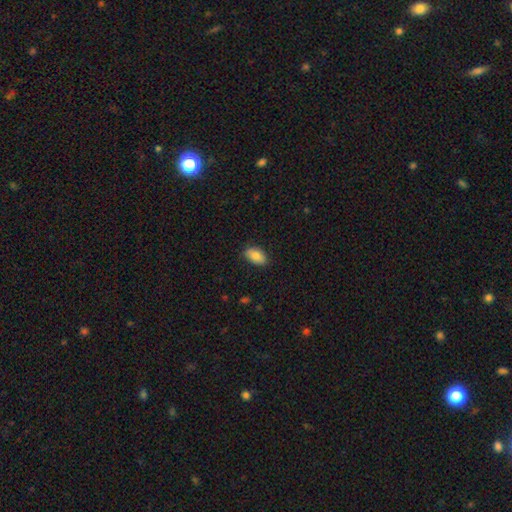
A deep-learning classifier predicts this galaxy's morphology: This is clearly a smooth galaxy (85%). How rounded: clearly in between (92%). Merging: clearly none (84%).